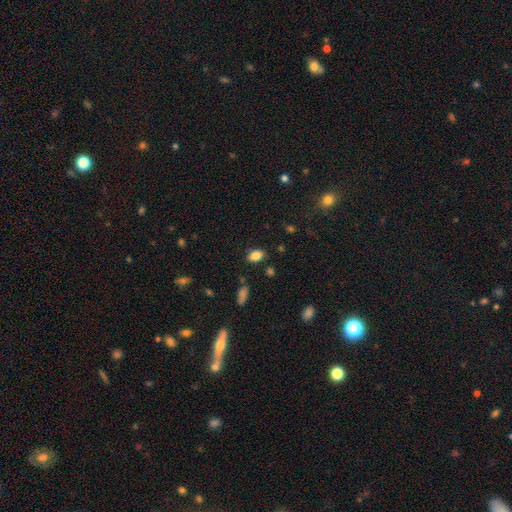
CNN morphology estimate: Smooth or featured? smooth (84%)
How rounded? in between (86%)
Merging? none (83%)